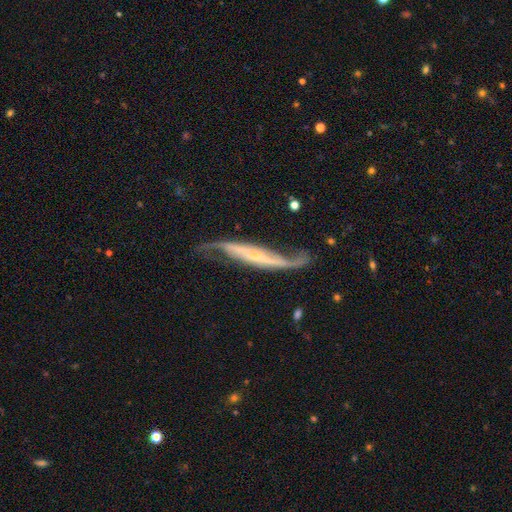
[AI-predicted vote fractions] A featured or disk galaxy (86%) with no bar (44%), 2 (91%) loose (76%) spiral arms (94%) and a small central bulge (78%). Merging: none (62%).